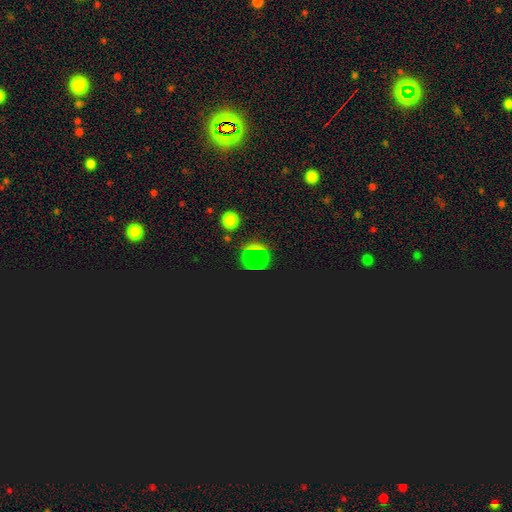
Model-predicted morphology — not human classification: Smooth or featured: star or artifact — 46% (smooth — 45%)